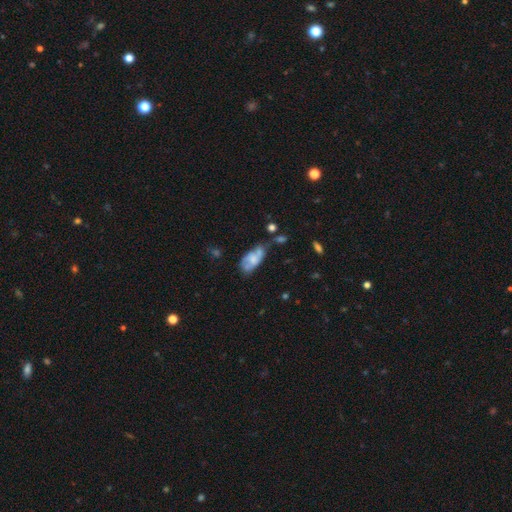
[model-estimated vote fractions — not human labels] The model was most divided on "smooth or featured": featured or disk: 45%, smooth: 41%, star or artifact: 14%. More confident: merging — none (51%).